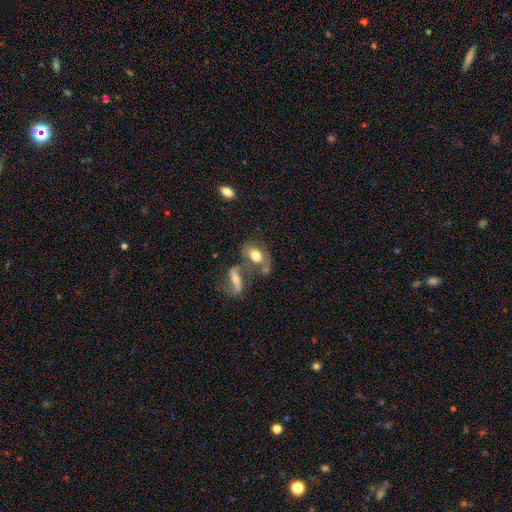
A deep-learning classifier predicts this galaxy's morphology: This is likely a smooth galaxy (61%). How rounded: clearly in between (83%). Merging: marginally none (38%).